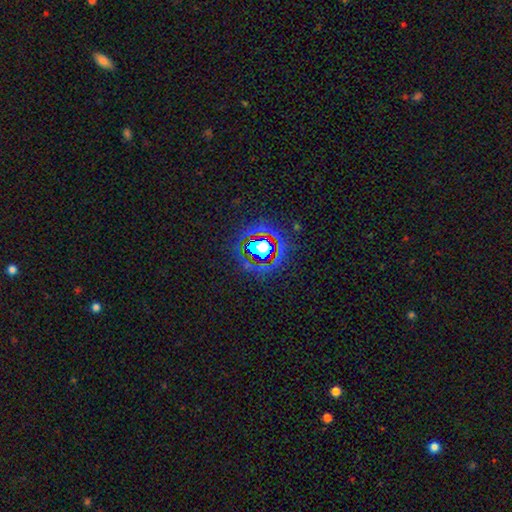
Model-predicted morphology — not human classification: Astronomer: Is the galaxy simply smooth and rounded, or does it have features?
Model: star or artifact — 74%.